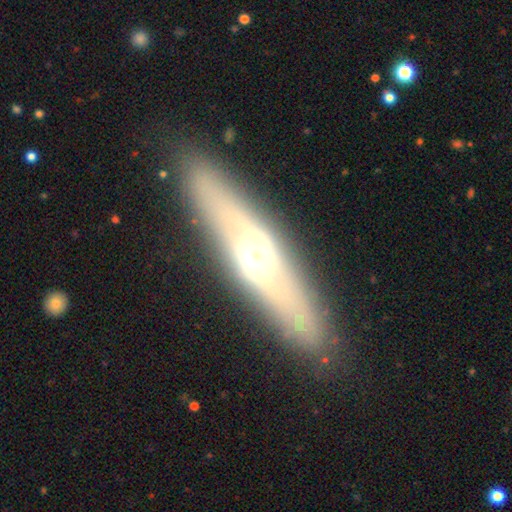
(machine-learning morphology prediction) featured or disk 68%, smooth 26%, star or artifact 7%. Down the decision tree: edge-on disk — yes (63%); merging — none (86%).